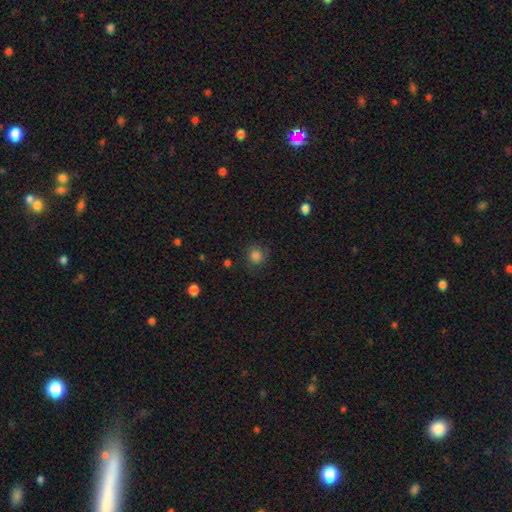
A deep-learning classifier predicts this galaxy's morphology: Smooth or featured: smooth — 83% (star or artifact — 12%)
How rounded: round — 89% (in between — 10%)
Merging: none — 80% (minor disturbance — 13%)